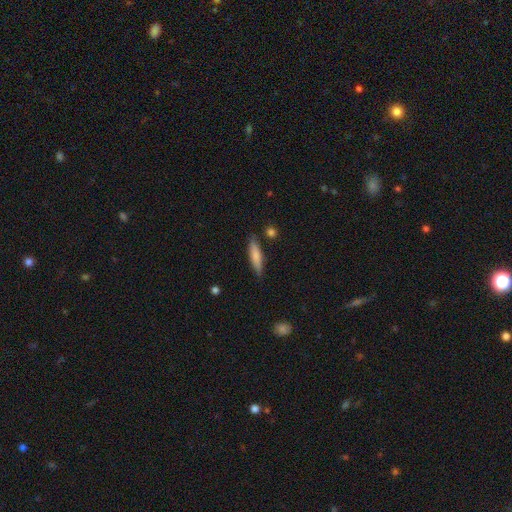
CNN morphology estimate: Smooth or featured? Predicted: smooth (p=0.75). How rounded? Predicted: cigar-shaped (p=0.78). Merging? Predicted: none (p=0.83).